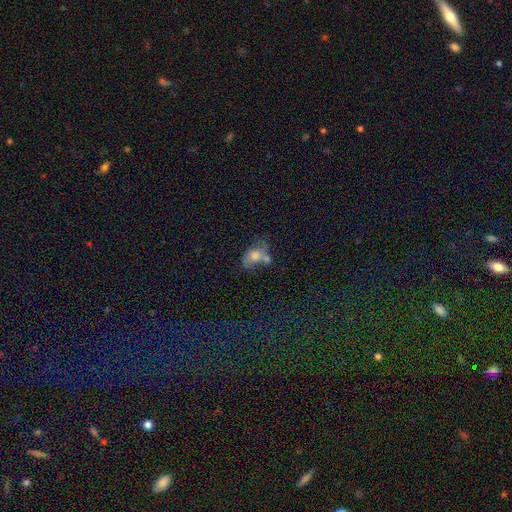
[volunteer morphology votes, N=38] A smooth galaxy with no disk features (53%) that is in between round and cigar-shaped (65%). Merging: merger (39%).